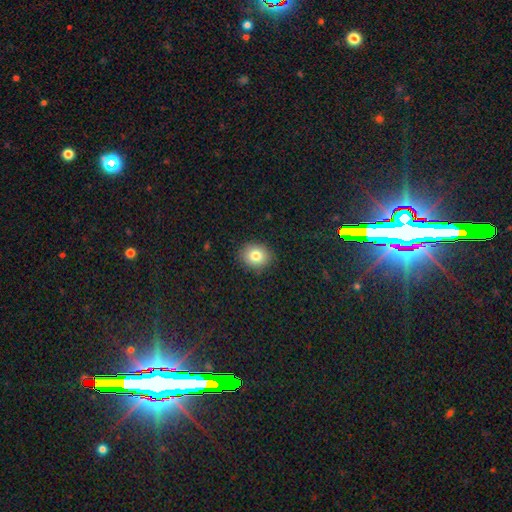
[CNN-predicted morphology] This is clearly a smooth galaxy (80%). How rounded: likely round (66%). Merging: clearly none (89%).